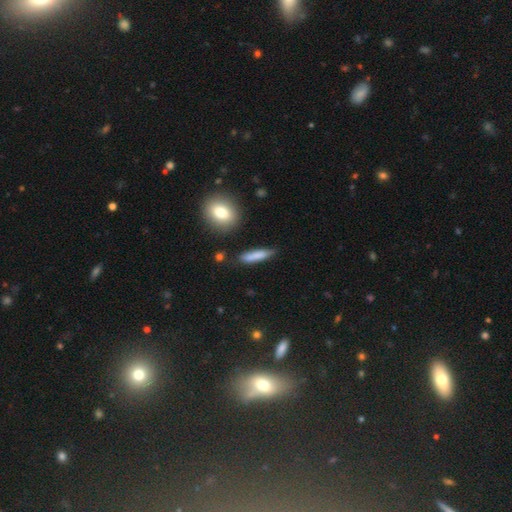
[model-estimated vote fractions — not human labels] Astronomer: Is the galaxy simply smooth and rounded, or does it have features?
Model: smooth — 80%.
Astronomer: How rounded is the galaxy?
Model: cigar-shaped — 82%.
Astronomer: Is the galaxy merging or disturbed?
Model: none — 77%.